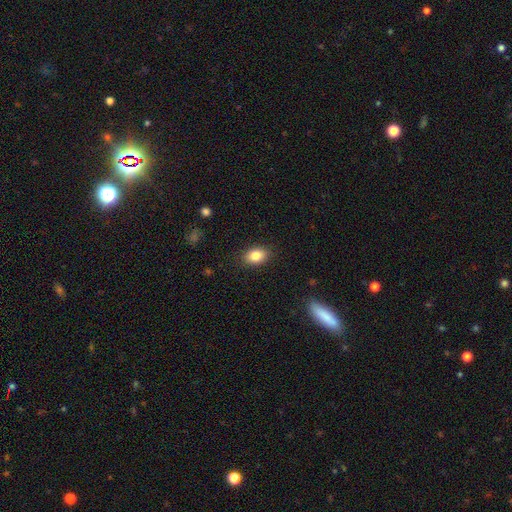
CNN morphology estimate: type=smooth (84%); roundness=in between (82%); merging=none (87%).